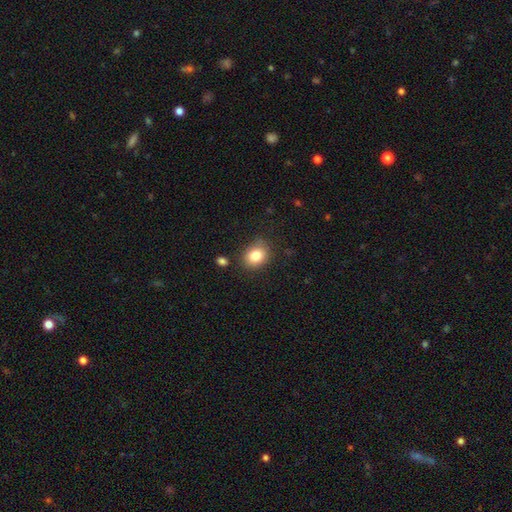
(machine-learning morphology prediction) A smooth galaxy with no disk features (82%) that is round (52%).

Vote fractions:
- Smooth or featured? smooth: 82% / star or artifact: 10% / featured or disk: 8%
- How rounded? round: 52% / in between: 47% / cigar-shaped: 1%
- Merging? none: 80% / minor disturbance: 14% / major disturbance: 4% / merger: 3%